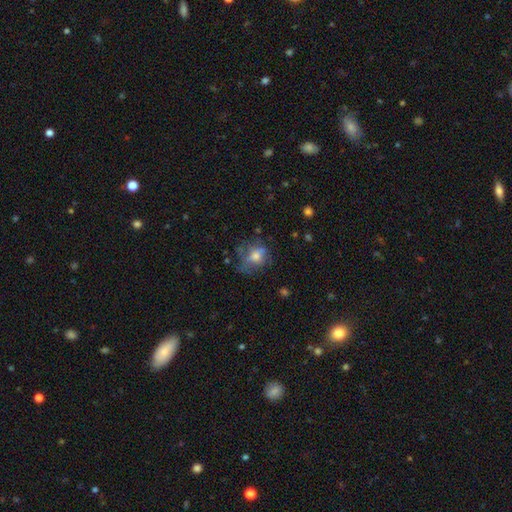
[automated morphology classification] Smooth or featured: smooth — 49% (featured or disk — 37%)
Merging: none — 49% (major disturbance — 25%)